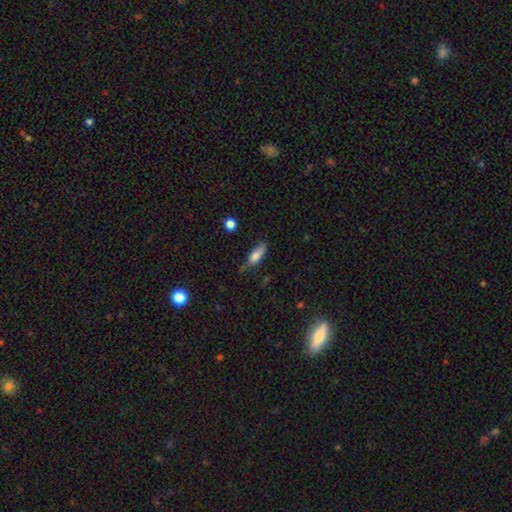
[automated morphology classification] Smooth or featured?
  - smooth: 78% *
  - featured or disk: 14%
  - star or artifact: 8%
How rounded?
  - in between: 63% *
  - cigar-shaped: 34%
  - round: 3%
Merging?
  - none: 58% *
  - minor disturbance: 31%
  - major disturbance: 8%
  - merger: 3%